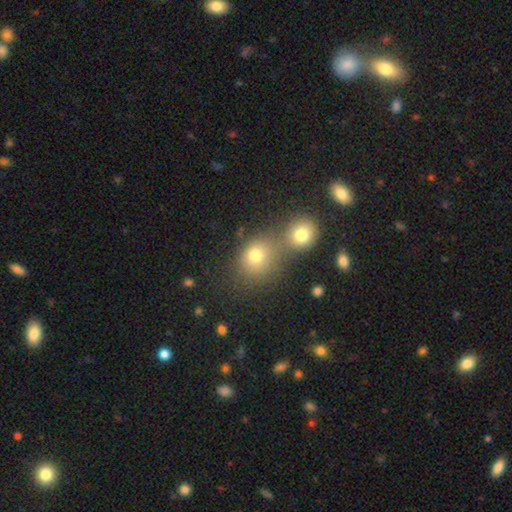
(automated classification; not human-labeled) Smooth or featured?
  - smooth: 74% *
  - star or artifact: 17%
  - featured or disk: 10%
How rounded?
  - round: 73% *
  - in between: 26%
  - cigar-shaped: 1%
Merging?
  - none: 44% * (tied)
  - merger: 44% * (tied)
  - minor disturbance: 8%
  - major disturbance: 4%